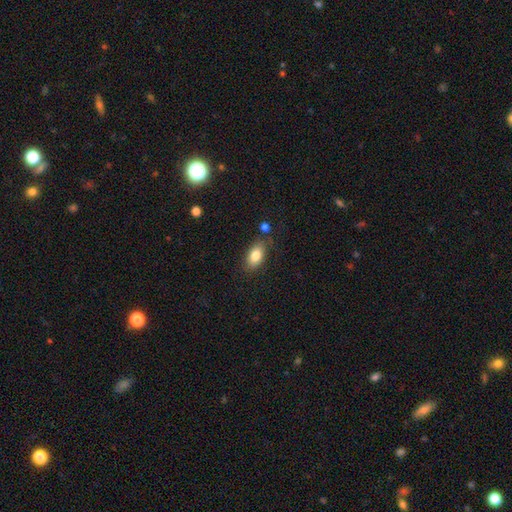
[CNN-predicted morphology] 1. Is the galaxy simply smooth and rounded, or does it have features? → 82% smooth, 10% featured or disk, 8% star or artifact.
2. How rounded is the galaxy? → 90% in between, 6% round, 4% cigar-shaped.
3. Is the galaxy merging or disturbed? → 78% none, 14% minor disturbance, 5% merger, 4% major disturbance.